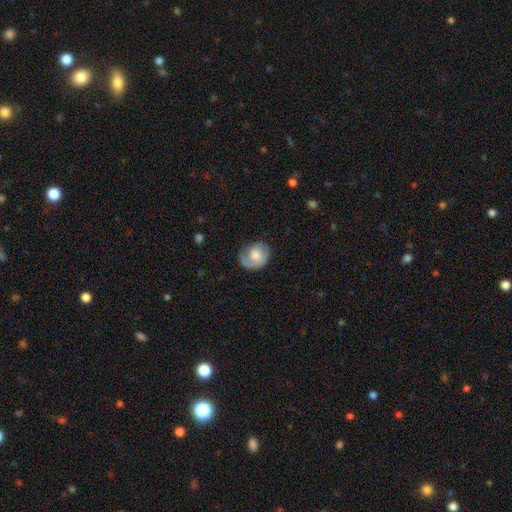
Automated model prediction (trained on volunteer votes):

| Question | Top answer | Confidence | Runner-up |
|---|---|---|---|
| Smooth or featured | smooth | 61% | featured or disk (32%) |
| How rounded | round | 66% | in between (33%) |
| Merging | none | 59% | minor disturbance (27%) |